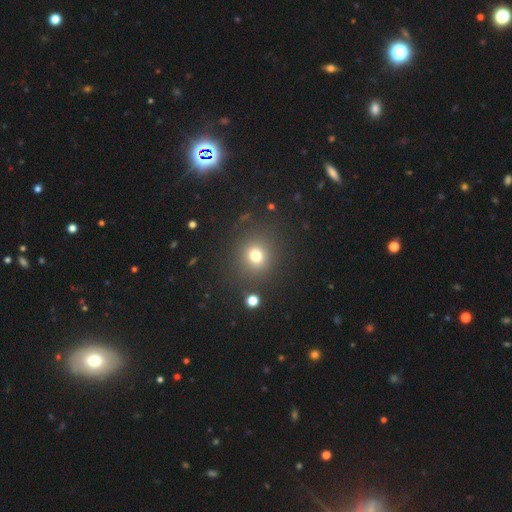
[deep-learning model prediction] smooth-or-featured: smooth: 74% | star or artifact: 17% | featured or disk: 9%
  how-rounded: round: 86% | in between: 13% | cigar-shaped: 1%
  merging: none: 85% | minor disturbance: 8% | major disturbance: 4% | merger: 3%